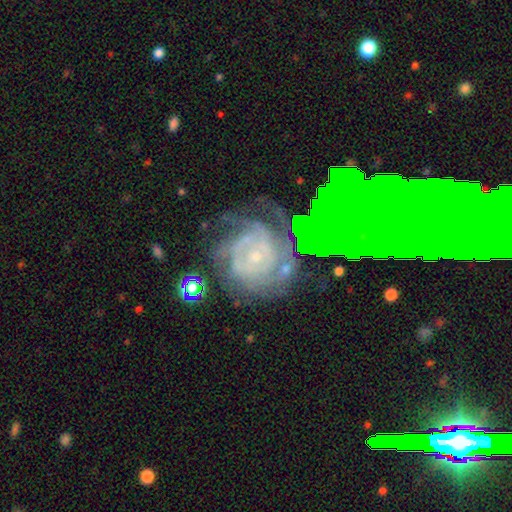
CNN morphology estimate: smooth-or-featured: featured or disk: 83% | smooth: 9% | star or artifact: 8%
  disk-edge-on: no: 97% | yes: 3%
    bar: no: 71% | weak: 22% | strong: 7%
    has-spiral-arms: yes: 93% | no: 7%
      spiral-winding: tight: 76% | medium: 19% | loose: 5%
      spiral-arm-count: can't tell: 39% | 3: 17% | 2: 16% | 4: 12% | more than 4: 8% | 1: 7%
    bulge-size: small: 81% | moderate: 13% | none: 4% | large: 1% | dominant: 1%
  merging: none: 51% | minor disturbance: 20% | major disturbance: 15% | merger: 14%